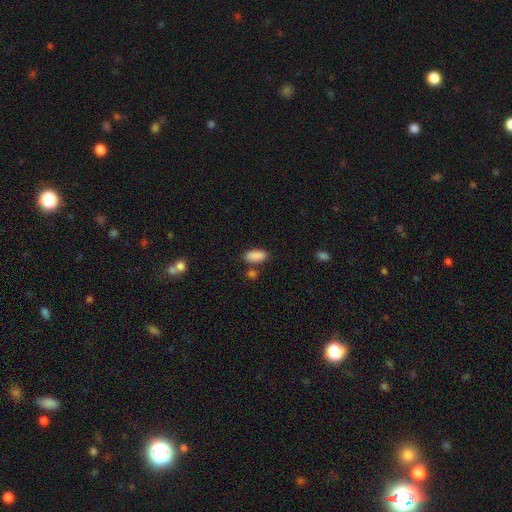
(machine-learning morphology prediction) Smooth or featured? smooth (89%)
How rounded? in between (88%)
Merging? none (75%)